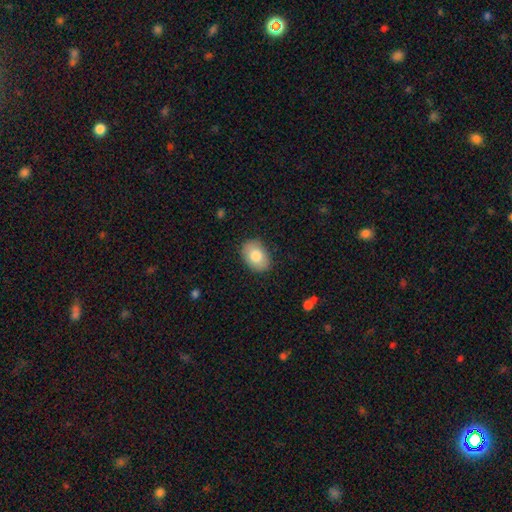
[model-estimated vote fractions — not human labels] Smooth or featured: smooth — 81% (featured or disk — 13%)
How rounded: in between — 80% (round — 19%)
Merging: none — 86% (minor disturbance — 11%)